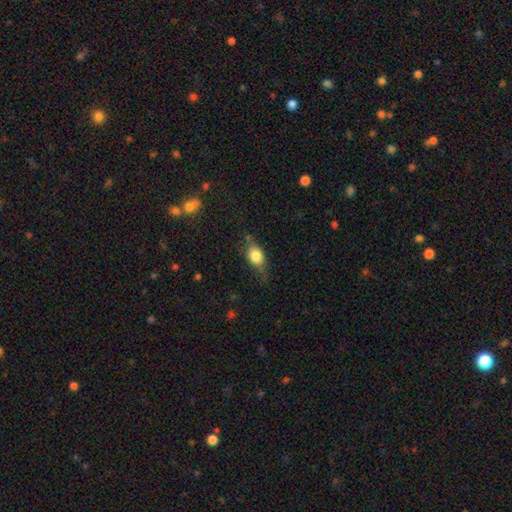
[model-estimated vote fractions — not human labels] smooth 77%, featured or disk 14%, star or artifact 8%. Down the decision tree: how rounded — in between (76%); merging — none (60%).